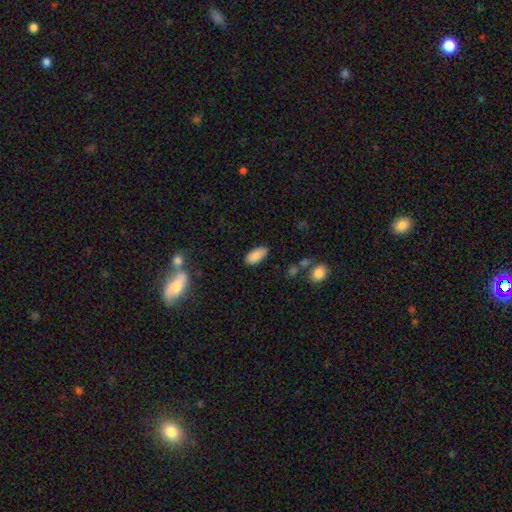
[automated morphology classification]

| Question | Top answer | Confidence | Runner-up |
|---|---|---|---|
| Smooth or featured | smooth | 86% | star or artifact (7%) |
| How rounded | in between | 93% | cigar-shaped (5%) |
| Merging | none | 83% | minor disturbance (12%) |